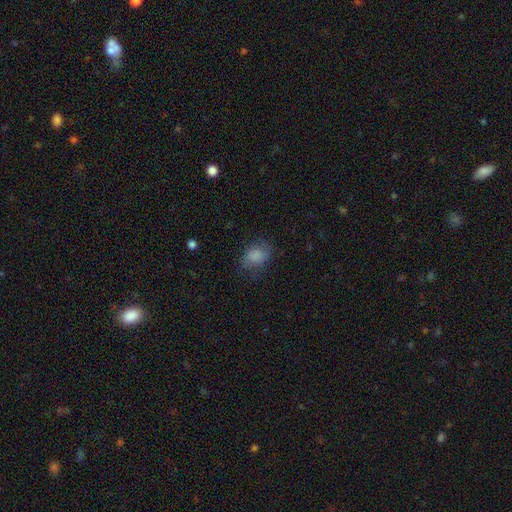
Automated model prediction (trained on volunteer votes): Q: Smooth or featured?
A: smooth (82%); runner-up: star or artifact (9%)
Q: How rounded?
A: in between (75%); runner-up: round (24%)
Q: Merging?
A: none (70%); runner-up: minor disturbance (20%)